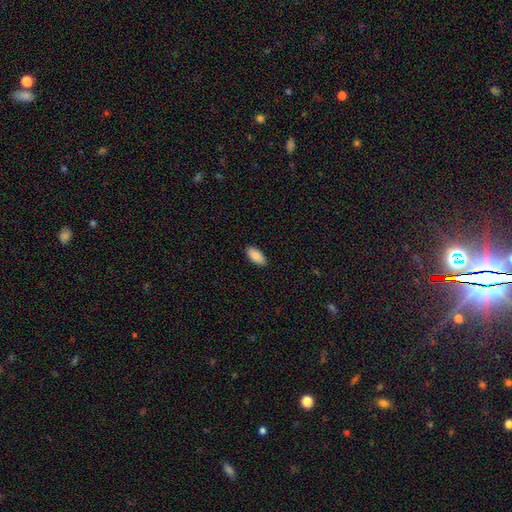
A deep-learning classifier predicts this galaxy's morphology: smooth_or_featured: smooth (p=0.88) [alt: star or artifact p=0.06]
how_rounded: in between (p=0.92) [alt: cigar-shaped p=0.06]
merging: none (p=0.89) [alt: minor disturbance p=0.08]